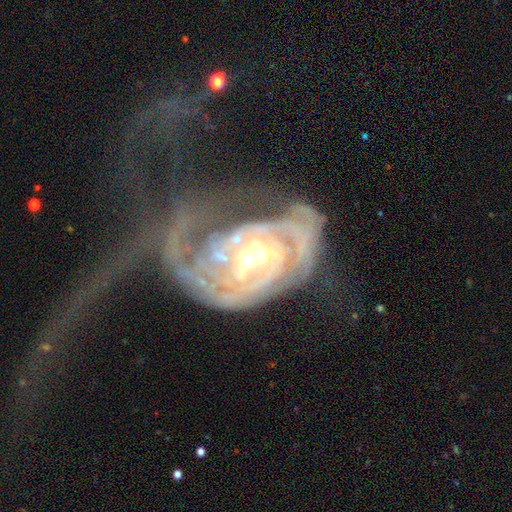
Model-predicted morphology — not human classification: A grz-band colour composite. It shows a featured or disk galaxy (86%) with no bar (46%), 2 (35%) tight (49%) spiral arms (89%) and a small central bulge (60%). Merging: major disturbance (45%).